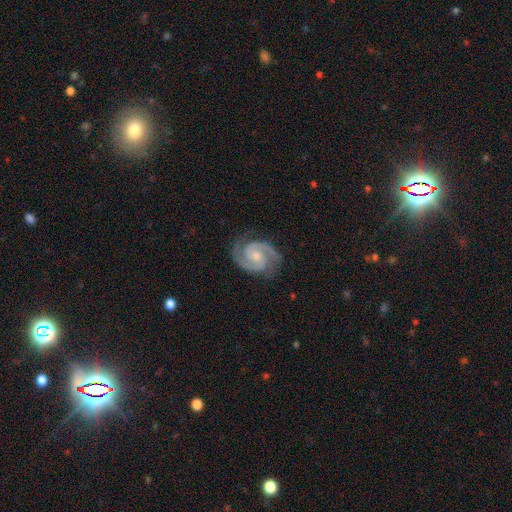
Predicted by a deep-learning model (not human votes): Smooth or featured: featured or disk — 93% (star or artifact — 4%)
Edge-on disk: no — 98% (yes — 2%)
Bar: no — 52% (weak — 38%)
Spiral arms: yes — 99% (no — 1%)
Spiral winding: tight — 50% (medium — 46%)
Spiral arm count: 2 — 93% (3 — 2%)
Bulge size: small — 45% (moderate — 40%)
Merging: none — 82% (minor disturbance — 13%)